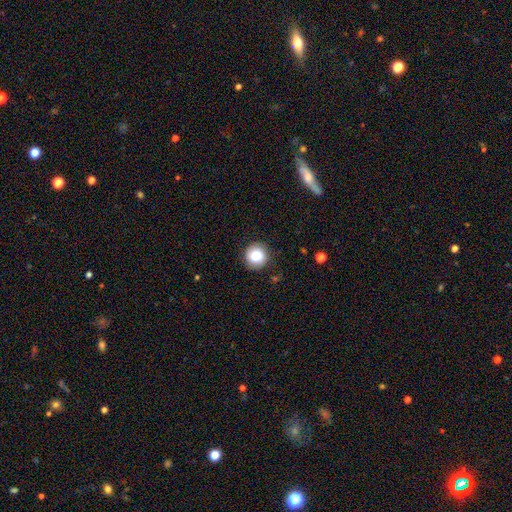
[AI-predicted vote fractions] Smooth or featured: smooth — 82% (featured or disk — 9%)
How rounded: round — 90% (in between — 9%)
Merging: none — 86% (minor disturbance — 10%)